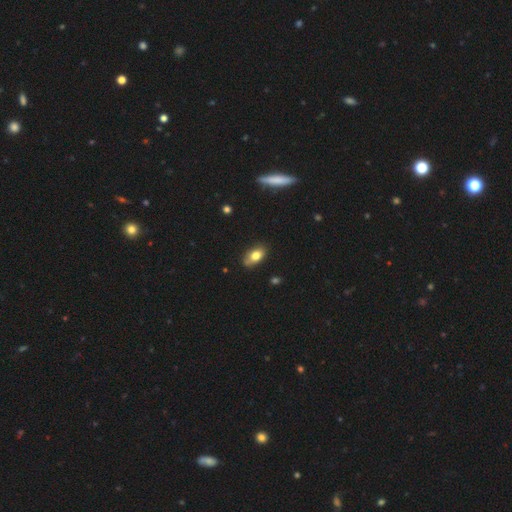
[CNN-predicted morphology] A smooth galaxy with no disk features (78%) that is in between round and cigar-shaped (89%). Merging: none (76%).